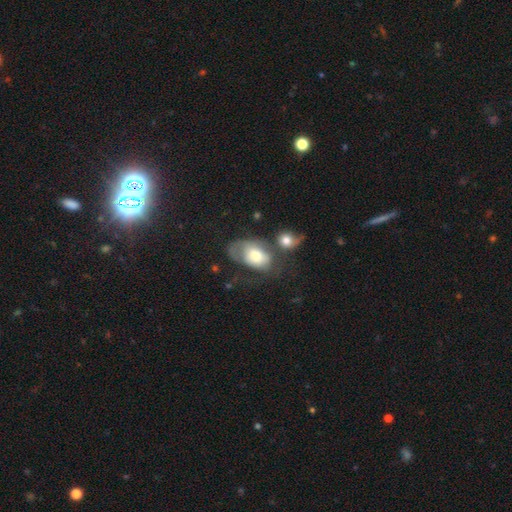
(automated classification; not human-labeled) A smooth galaxy with no disk features (59%) that is in between round and cigar-shaped (88%). Merging: major disturbance (30%).